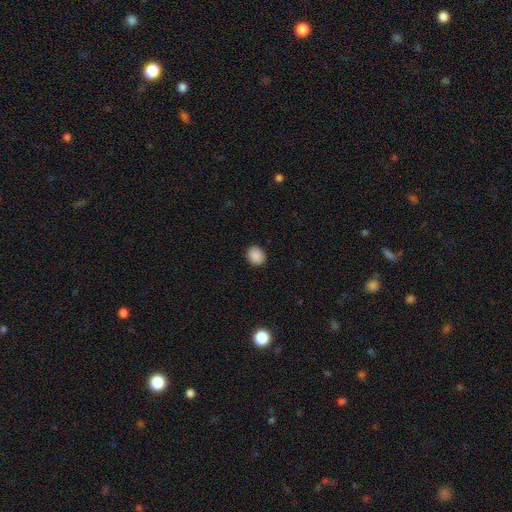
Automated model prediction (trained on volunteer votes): Q: Smooth or featured?
A: smooth (89%); runner-up: star or artifact (9%)
Q: How rounded?
A: round (60%); runner-up: in between (39%)
Q: Merging?
A: none (90%); runner-up: minor disturbance (7%)